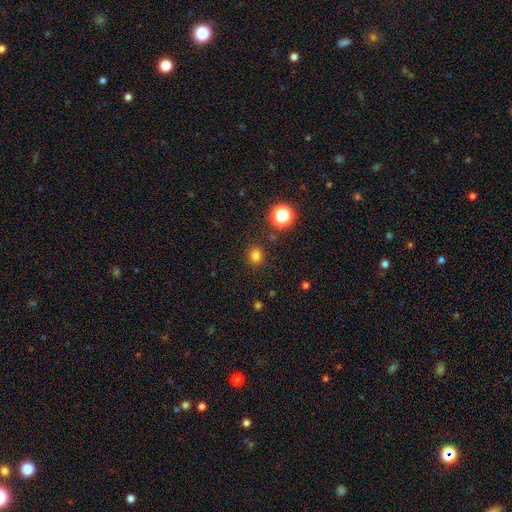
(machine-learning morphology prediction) Q: Smooth or featured?
A: smooth (78%); runner-up: star or artifact (17%)
Q: How rounded?
A: round (78%); runner-up: in between (21%)
Q: Merging?
A: none (87%); runner-up: minor disturbance (8%)